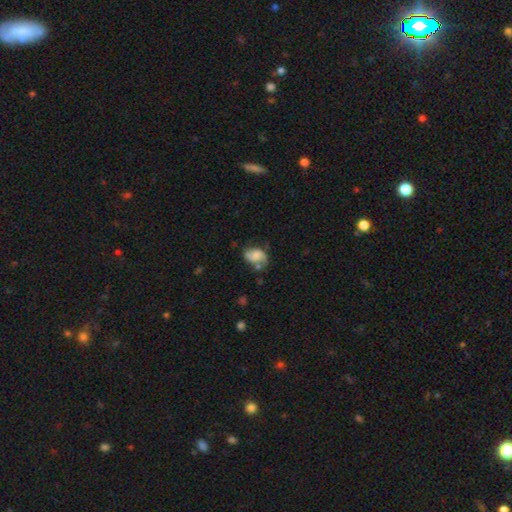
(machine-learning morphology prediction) smooth_or_featured: smooth (p=0.46) [alt: featured or disk p=0.45]
merging: none (p=0.47) [alt: minor disturbance p=0.28]